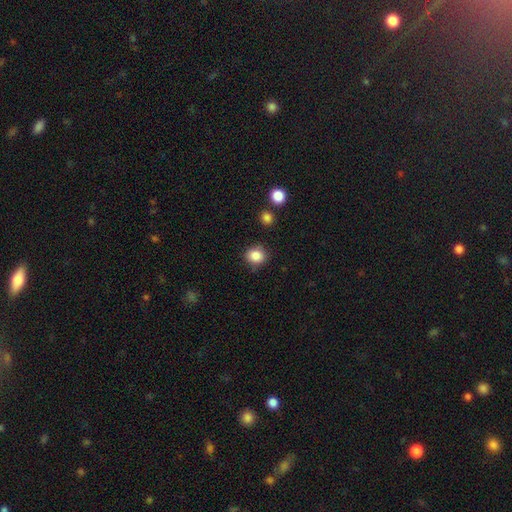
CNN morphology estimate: Smooth or featured? Predicted: smooth (p=0.86). How rounded? Predicted: round (p=0.76). Merging? Predicted: none (p=0.83).